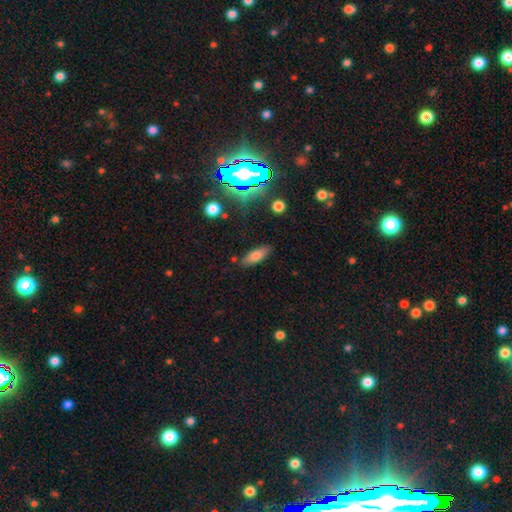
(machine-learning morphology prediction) The model was most divided on "how rounded": in between: 67%, cigar-shaped: 30%, round: 3%. More confident: merging — none (82%); smooth or featured — smooth (73%).